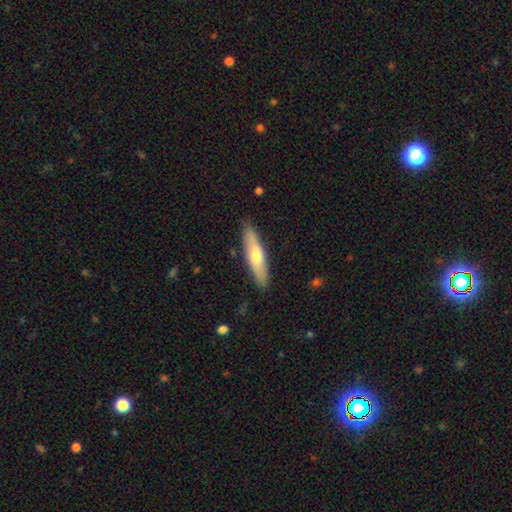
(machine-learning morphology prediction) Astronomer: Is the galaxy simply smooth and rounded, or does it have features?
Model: smooth — 57% (runner-up: featured or disk, 38%).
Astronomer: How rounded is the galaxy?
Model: cigar-shaped — 75%.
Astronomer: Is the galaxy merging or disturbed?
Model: none — 88%.